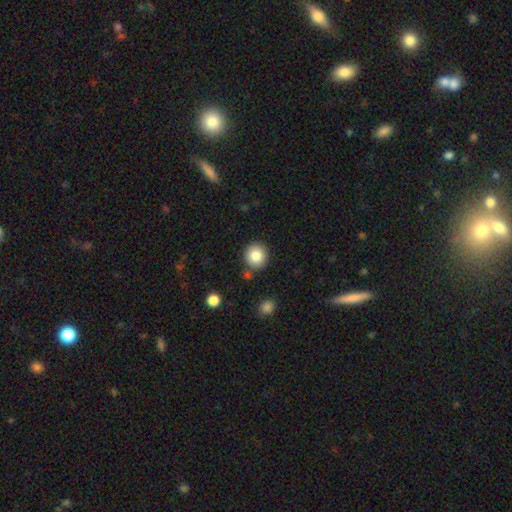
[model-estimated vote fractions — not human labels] Smooth or featured: smooth — 83% (star or artifact — 10%)
How rounded: round — 90% (in between — 9%)
Merging: none — 83% (minor disturbance — 9%)